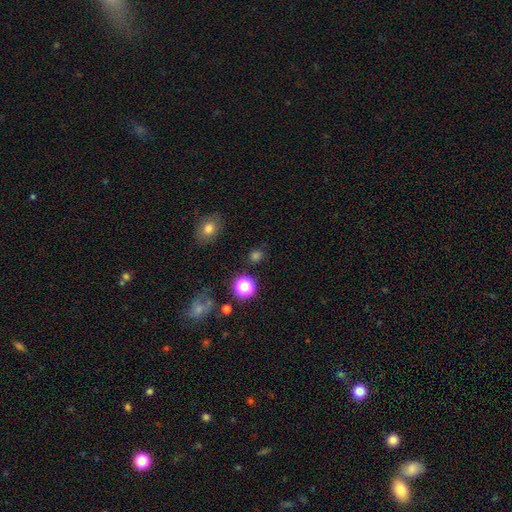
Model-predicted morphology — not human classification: This is likely a smooth galaxy (62%). How rounded: clearly round (84%). Merging: clearly none (82%).